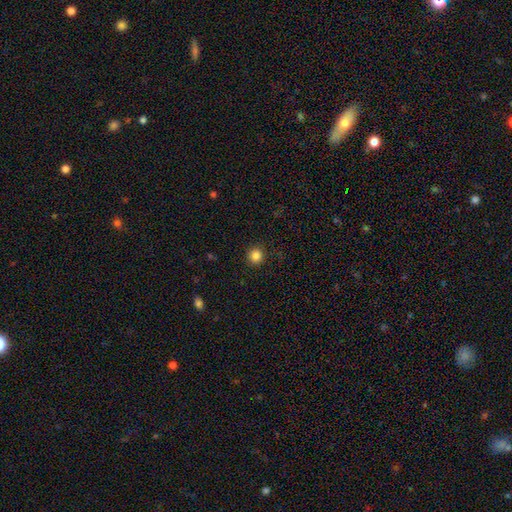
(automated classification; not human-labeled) smooth-or-featured: smooth: 85% | star or artifact: 11% | featured or disk: 4%
  how-rounded: round: 94% | in between: 5% | cigar-shaped: 1%
  merging: none: 91% | minor disturbance: 6% | major disturbance: 2% | merger: 1%